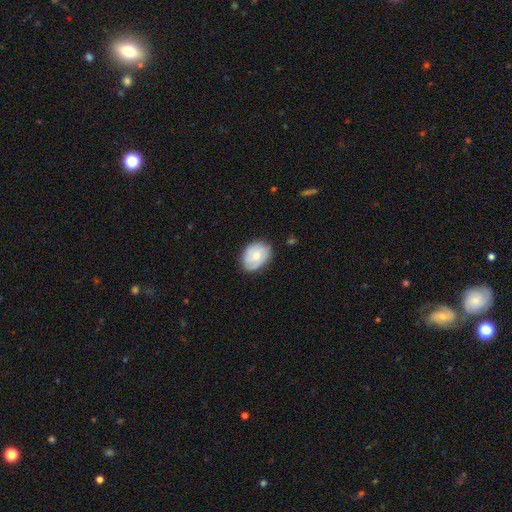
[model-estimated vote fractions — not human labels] Smooth or featured: smooth — 54% (featured or disk — 39%)
How rounded: in between — 68% (round — 31%)
Merging: none — 75% (minor disturbance — 20%)